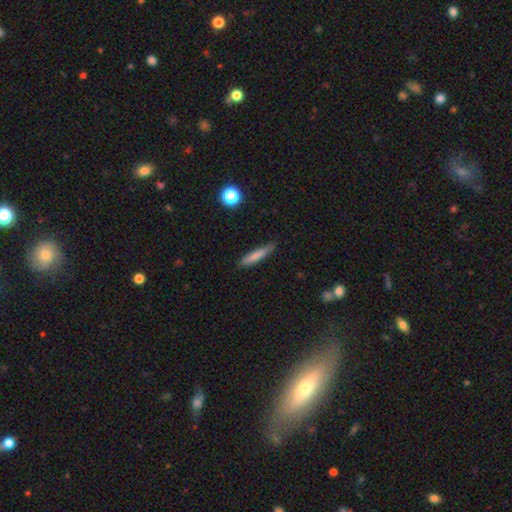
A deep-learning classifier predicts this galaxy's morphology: smooth-or-featured: smooth: 77% | featured or disk: 16% | star or artifact: 7%
  how-rounded: cigar-shaped: 90% | in between: 9% | round: 2%
  merging: none: 80% | minor disturbance: 16% | major disturbance: 3% | merger: 2%